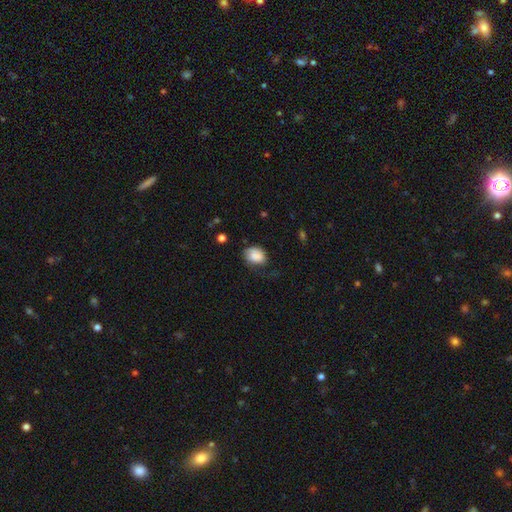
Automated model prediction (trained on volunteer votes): smooth 82%, featured or disk 10%, star or artifact 7%. Down the decision tree: how rounded — in between (70%); merging — none (42%).